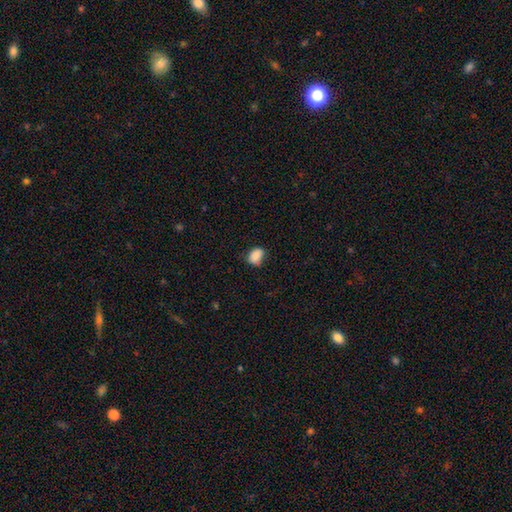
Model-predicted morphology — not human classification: smooth 86%, star or artifact 8%, featured or disk 5%. Down the decision tree: how rounded — in between (74%); merging — none (63%).